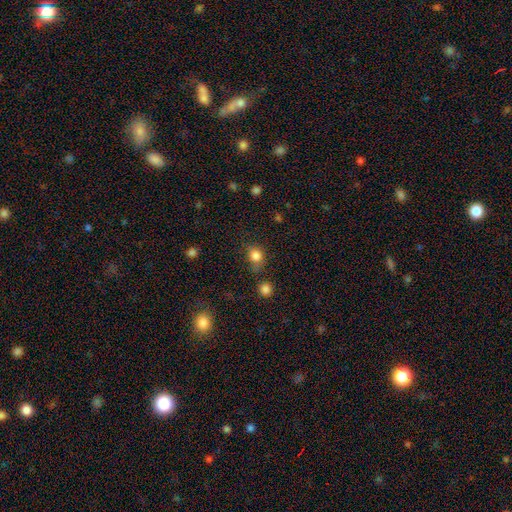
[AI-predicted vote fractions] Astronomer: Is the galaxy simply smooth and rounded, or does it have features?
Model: smooth — 82%.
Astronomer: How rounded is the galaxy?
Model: round — 68%.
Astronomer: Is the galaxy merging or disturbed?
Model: none — 58%.